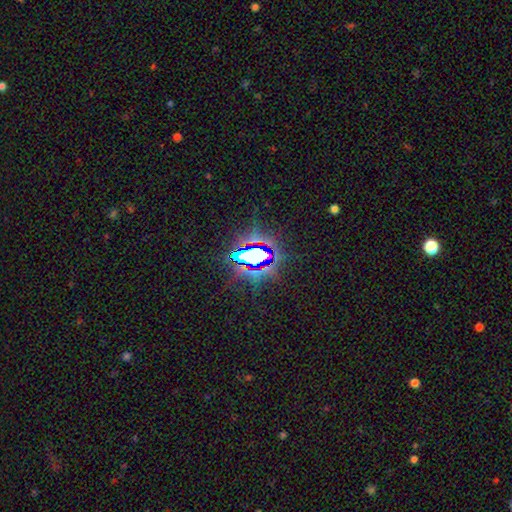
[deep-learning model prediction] Smooth or featured? Predicted: star or artifact (p=0.76).